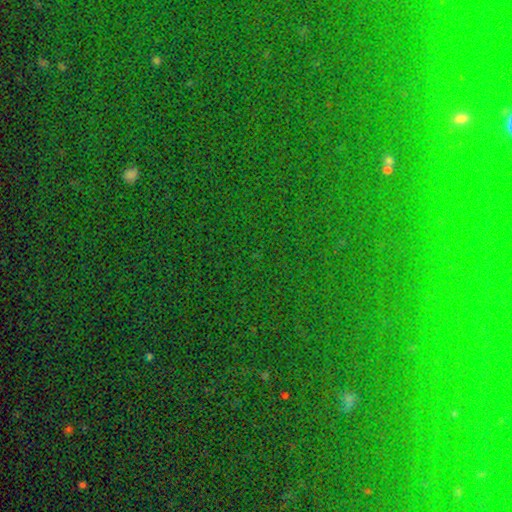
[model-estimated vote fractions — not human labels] This appears to be a star or artifact, not a galaxy (79%).